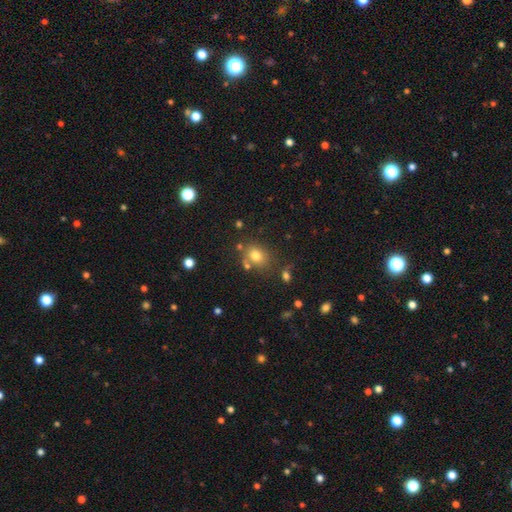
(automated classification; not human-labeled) Smooth or featured? smooth (76%)
How rounded? round (59%)
Merging? none (68%)